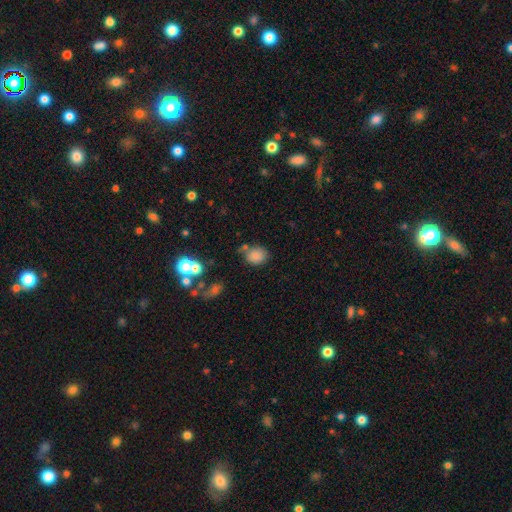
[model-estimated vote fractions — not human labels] smooth_or_featured: smooth (p=0.80) [alt: star or artifact p=0.12]
how_rounded: round (p=0.64) [alt: in between p=0.35]
merging: none (p=0.64) [alt: minor disturbance p=0.17]